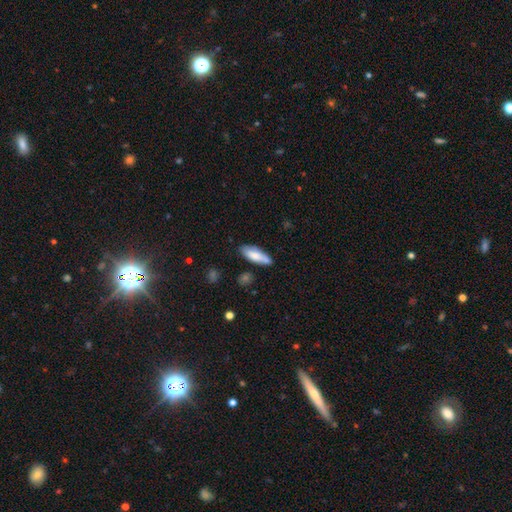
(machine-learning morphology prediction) Q: Smooth or featured?
A: smooth (76%); runner-up: featured or disk (17%)
Q: How rounded?
A: in between (56%); runner-up: cigar-shaped (43%)
Q: Merging?
A: none (71%); runner-up: minor disturbance (20%)